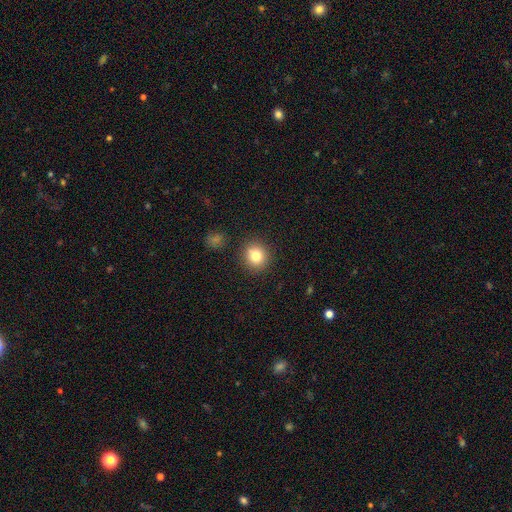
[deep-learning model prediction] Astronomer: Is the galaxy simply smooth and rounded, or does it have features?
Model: smooth — 81%.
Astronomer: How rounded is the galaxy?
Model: round — 88%.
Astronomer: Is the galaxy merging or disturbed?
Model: none — 88%.